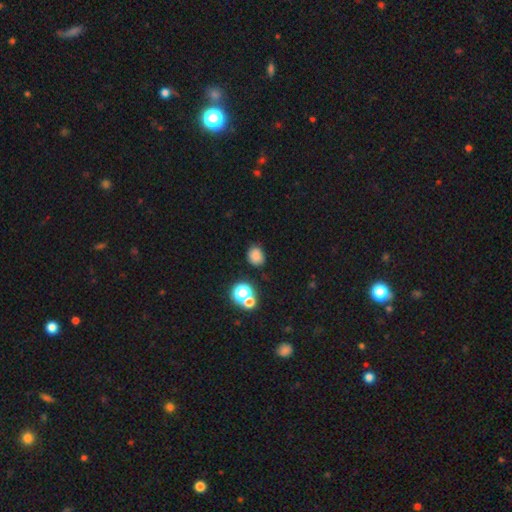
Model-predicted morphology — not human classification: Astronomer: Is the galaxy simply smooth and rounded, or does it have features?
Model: smooth — 79%.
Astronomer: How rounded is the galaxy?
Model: round — 59% (runner-up: in between, 40%).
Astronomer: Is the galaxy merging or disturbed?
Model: none — 78%.